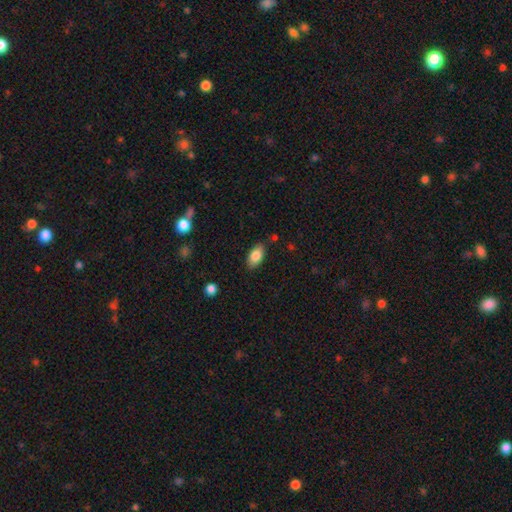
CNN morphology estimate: This appears to be a smooth galaxy with no disk features (82%) that is in between round and cigar-shaped (91%). Merging: none (81%).